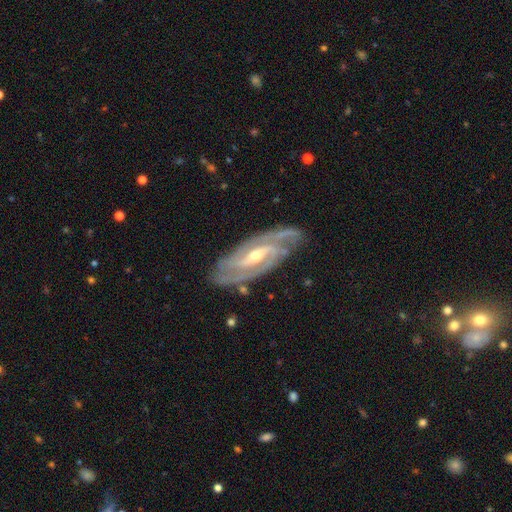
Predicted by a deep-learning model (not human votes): The model was most divided on "spiral winding": tight: 47%, medium: 44%, loose: 9%. Remaining: spiral arms — yes (98%); edge-on disk — no (93%); smooth or featured — featured or disk (92%); merging — none (79%); spiral arm count — 2 (68%); bulge size — small (51%); bar — weak (41%).